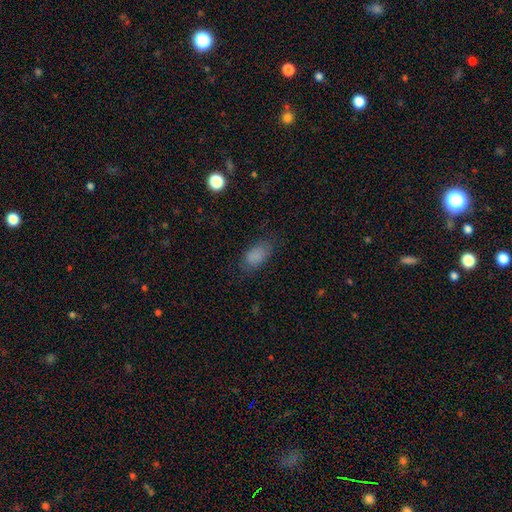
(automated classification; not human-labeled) Smooth or featured? Predicted: smooth (p=0.83). How rounded? Predicted: in between (p=0.90). Merging? Predicted: none (p=0.70).